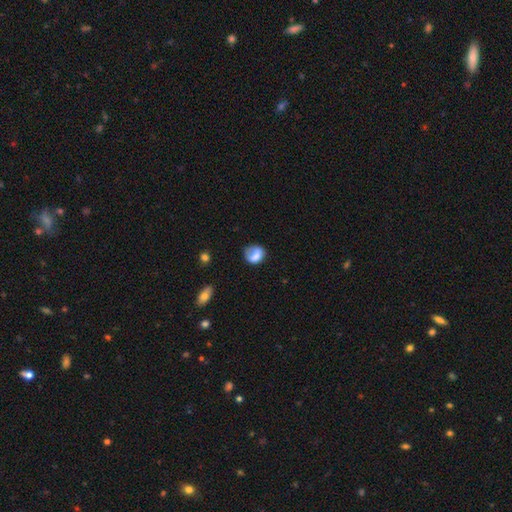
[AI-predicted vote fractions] Q: Smooth or featured?
A: smooth (73%); runner-up: featured or disk (19%)
Q: How rounded?
A: round (62%); runner-up: in between (37%)
Q: Merging?
A: none (48%); runner-up: minor disturbance (29%)